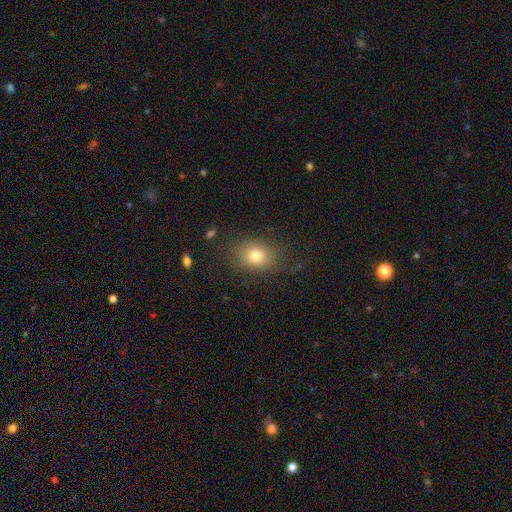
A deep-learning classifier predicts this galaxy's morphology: smooth_or_featured: smooth (p=0.78) [alt: star or artifact p=0.12]
how_rounded: in between (p=0.59) [alt: round p=0.40]
merging: none (p=0.78) [alt: minor disturbance p=0.14]